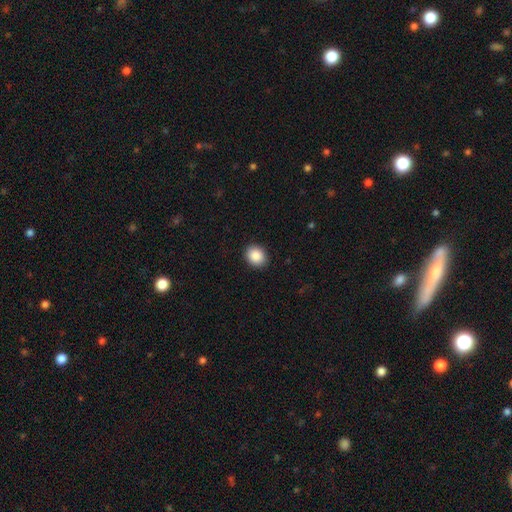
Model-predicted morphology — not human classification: smooth 89%, star or artifact 8%, featured or disk 3%. Down the decision tree: how rounded — round (54%); merging — none (91%).